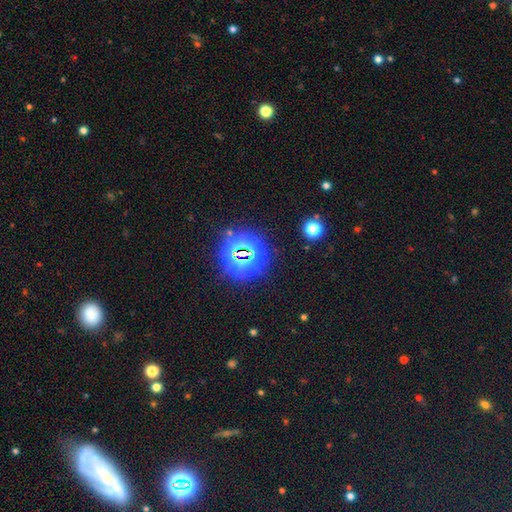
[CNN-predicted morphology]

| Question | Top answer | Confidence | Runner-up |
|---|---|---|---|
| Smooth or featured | star or artifact | 81% | smooth (12%) |